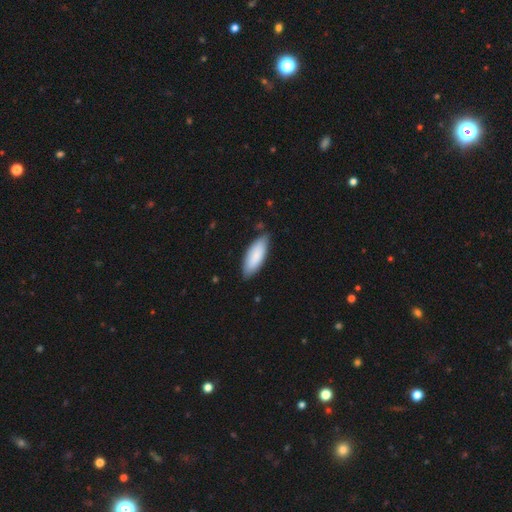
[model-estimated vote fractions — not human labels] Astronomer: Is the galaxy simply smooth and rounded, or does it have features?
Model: smooth — 86%.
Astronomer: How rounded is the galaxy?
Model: in between — 74%.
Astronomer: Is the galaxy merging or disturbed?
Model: none — 79%.